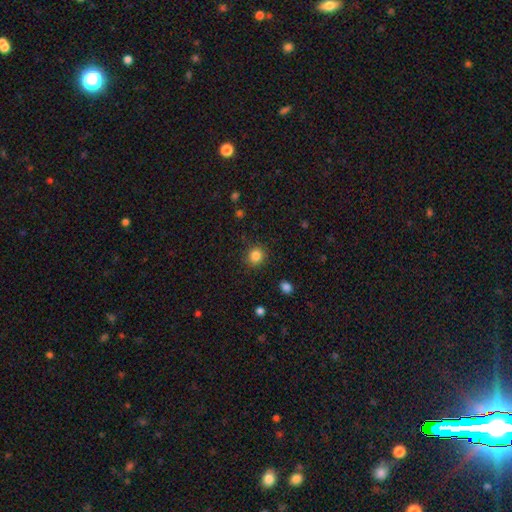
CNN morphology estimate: This is clearly a smooth galaxy (85%). How rounded: clearly round (84%). Merging: clearly none (88%).